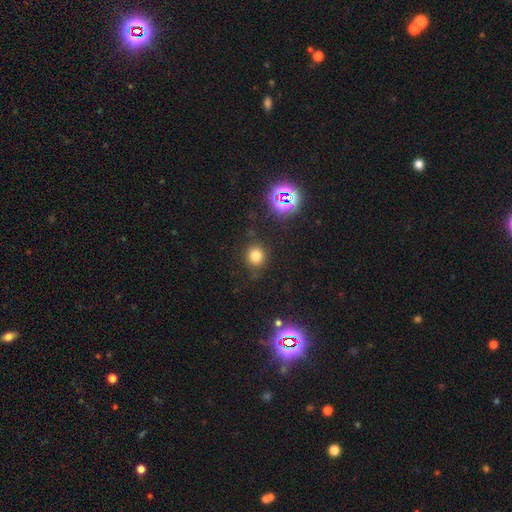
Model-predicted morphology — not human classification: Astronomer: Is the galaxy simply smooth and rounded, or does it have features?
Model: smooth — 74%.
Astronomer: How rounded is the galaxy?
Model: round — 86%.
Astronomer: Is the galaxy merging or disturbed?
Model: none — 82%.